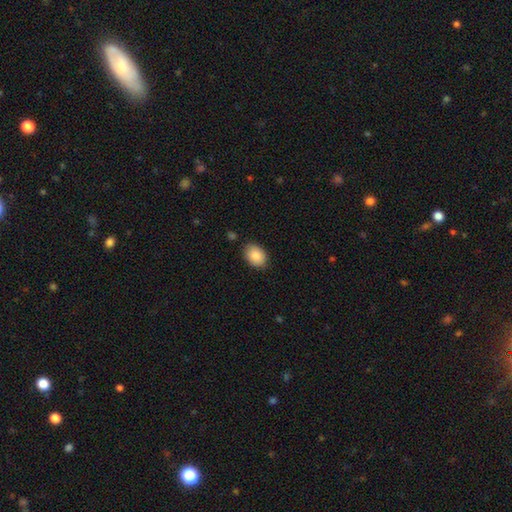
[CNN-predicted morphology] Overall: smooth (88%). How rounded: in between (78%). Merging: none (84%).